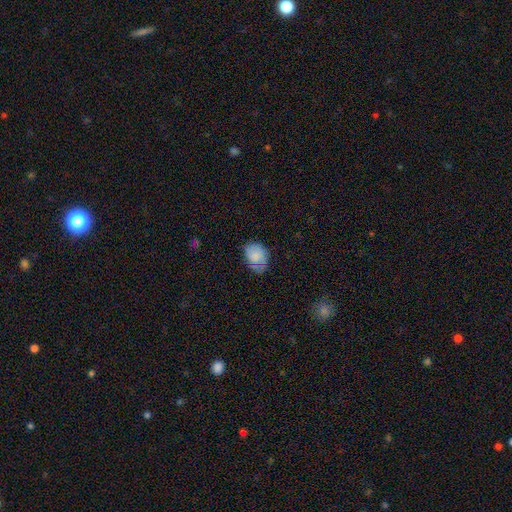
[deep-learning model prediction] smooth 71%, featured or disk 21%, star or artifact 8%. Down the decision tree: how rounded — in between (71%); merging — none (56%).